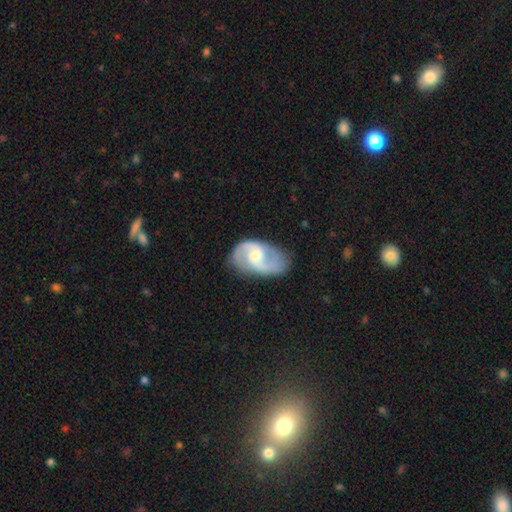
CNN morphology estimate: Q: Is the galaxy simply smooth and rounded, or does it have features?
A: featured or disk — 85%.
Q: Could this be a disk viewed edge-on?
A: no — 97%.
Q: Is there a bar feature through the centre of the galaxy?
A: weak — 52%.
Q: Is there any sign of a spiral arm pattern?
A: yes — 96%.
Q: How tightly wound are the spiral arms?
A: medium — 54%.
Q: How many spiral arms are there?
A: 2 — 90%.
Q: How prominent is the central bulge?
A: moderate — 46%.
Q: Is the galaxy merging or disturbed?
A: none — 73%.